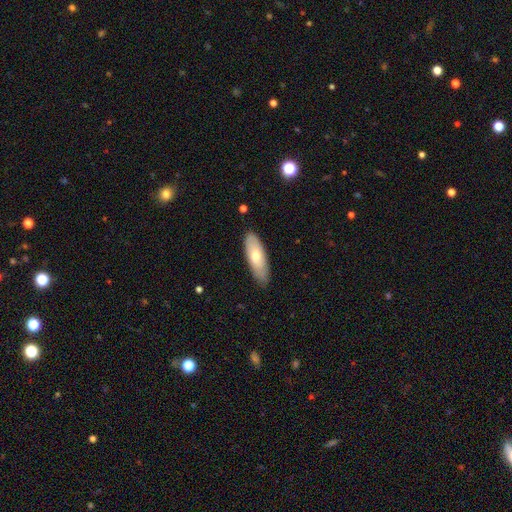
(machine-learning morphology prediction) This is likely a smooth galaxy (64%). How rounded: likely in between (67%). Merging: likely none (80%).